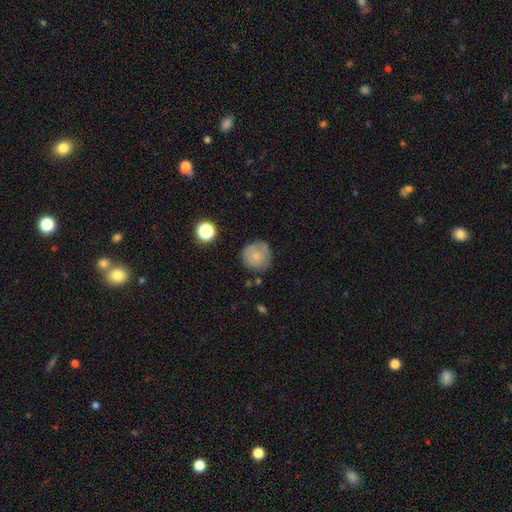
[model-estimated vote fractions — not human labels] A smooth galaxy with no disk features (70%) that is round (92%).

Vote fractions:
- Smooth or featured? smooth: 70% / featured or disk: 21% / star or artifact: 9%
- How rounded? round: 92% / in between: 7% / cigar-shaped: 1%
- Merging? none: 68% / minor disturbance: 22% / major disturbance: 6% / merger: 3%